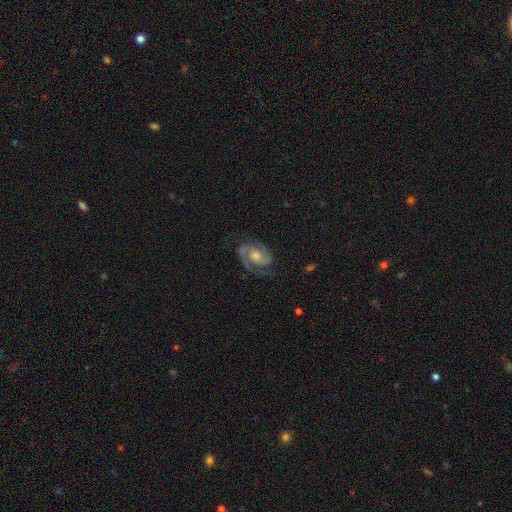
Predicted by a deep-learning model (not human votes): A featured or disk galaxy (87%) with no bar (58%), 2 (89%) tight (48%) spiral arms (98%) and a moderate central bulge (57%).

Vote fractions:
- Smooth or featured? featured or disk: 87% / smooth: 7% / star or artifact: 6%
- Edge-on disk? no: 97% / yes: 3%
- Bar? no: 58% / weak: 34% / strong: 8%
- Spiral arms? yes: 98% / no: 2%
- Spiral winding? tight: 48% / medium: 43% / loose: 9%
- Spiral arm count? 2: 89% / can't tell: 4% / 1: 3% / 3: 3% / 4: 1% / more than 4: 1%
- Bulge size? moderate: 57% / small: 31% / large: 7% / none: 4% / dominant: 1%
- Merging? none: 78% / minor disturbance: 15% / major disturbance: 6% / merger: 1%